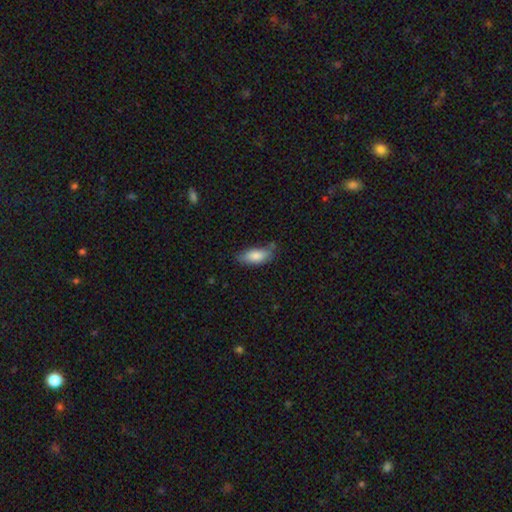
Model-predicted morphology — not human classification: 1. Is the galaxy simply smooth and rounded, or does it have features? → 82% smooth, 11% featured or disk, 7% star or artifact.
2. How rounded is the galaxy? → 82% in between, 16% cigar-shaped, 2% round.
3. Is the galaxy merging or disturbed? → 60% none, 30% minor disturbance, 6% major disturbance, 4% merger.